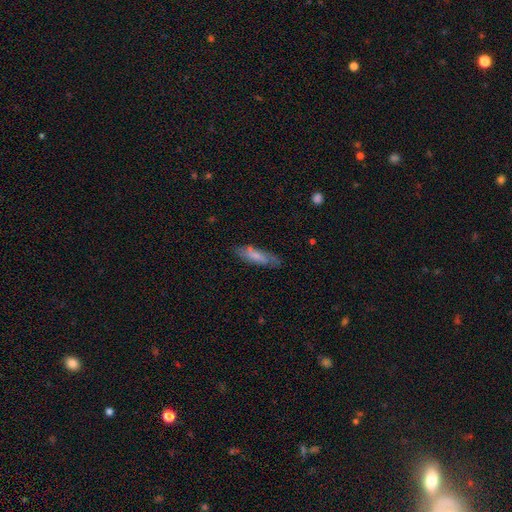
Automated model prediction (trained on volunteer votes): Smooth or featured?
  - smooth: 66% *
  - featured or disk: 28%
  - star or artifact: 6%
How rounded?
  - cigar-shaped: 59% *
  - in between: 40%
  - round: 2%
Merging?
  - none: 73% *
  - minor disturbance: 20%
  - major disturbance: 5%
  - merger: 2%